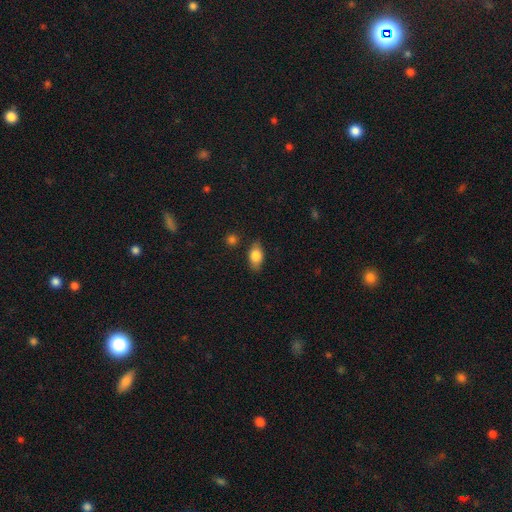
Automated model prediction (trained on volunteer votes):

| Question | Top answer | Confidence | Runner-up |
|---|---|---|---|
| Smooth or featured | smooth | 78% | featured or disk (14%) |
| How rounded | in between | 86% | round (9%) |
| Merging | none | 82% | minor disturbance (13%) |